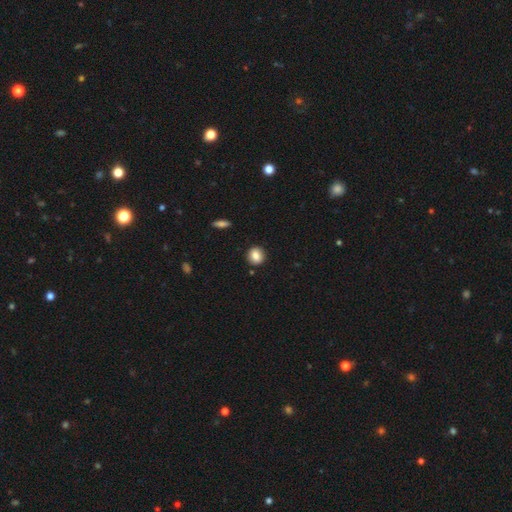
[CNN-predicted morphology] smooth-or-featured: smooth: 85% | star or artifact: 9% | featured or disk: 7%
  how-rounded: round: 80% | in between: 19% | cigar-shaped: 1%
  merging: none: 89% | minor disturbance: 7% | major disturbance: 2% | merger: 2%